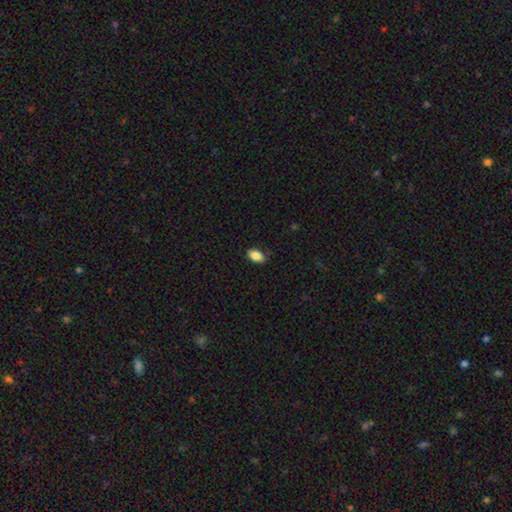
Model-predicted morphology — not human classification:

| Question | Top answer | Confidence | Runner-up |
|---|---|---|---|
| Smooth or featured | smooth | 87% | star or artifact (8%) |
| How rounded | in between | 91% | round (7%) |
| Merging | none | 84% | minor disturbance (12%) |